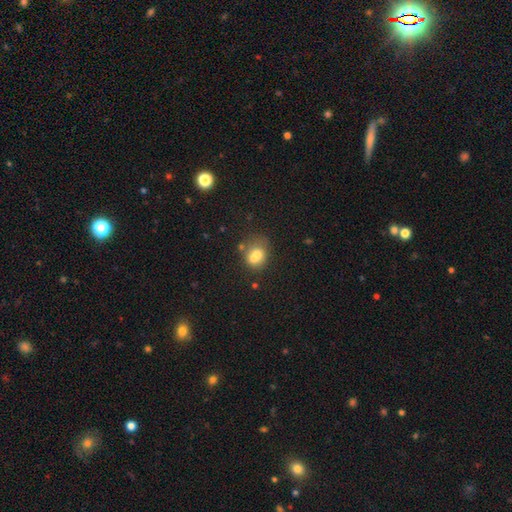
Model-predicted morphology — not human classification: Smooth or featured? smooth (69%)
How rounded? round (51%)
Merging? merger (42%)